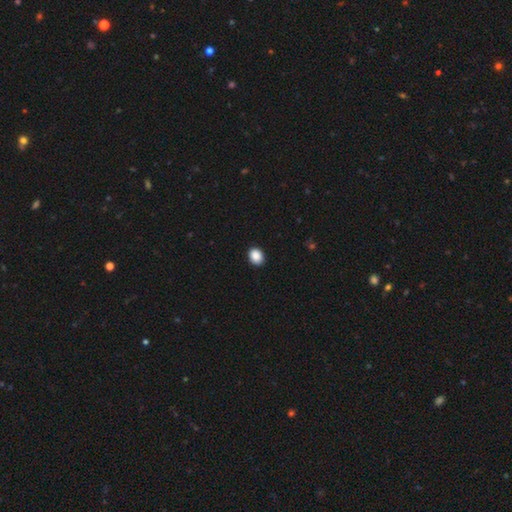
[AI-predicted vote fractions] Smooth or featured? smooth (89%)
How rounded? in between (52%)
Merging? none (91%)